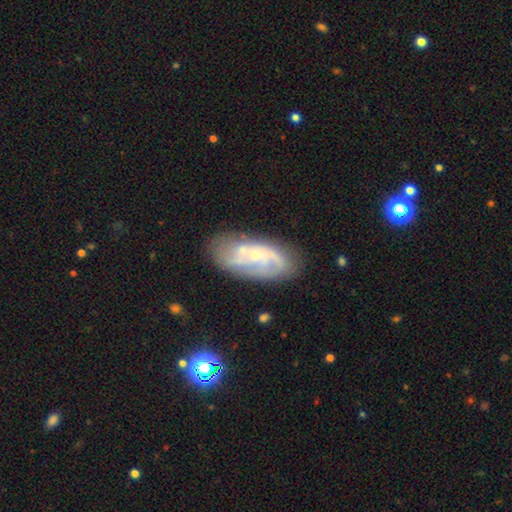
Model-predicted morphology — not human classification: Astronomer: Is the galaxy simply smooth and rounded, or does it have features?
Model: featured or disk — 69%.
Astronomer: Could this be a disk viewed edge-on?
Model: no — 93%.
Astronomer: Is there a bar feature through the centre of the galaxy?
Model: no — 64%.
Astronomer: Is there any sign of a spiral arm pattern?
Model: yes — 83%.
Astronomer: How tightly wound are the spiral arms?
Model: medium — 41% (runner-up: tight, 34%).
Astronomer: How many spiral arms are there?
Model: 2 — 37% (runner-up: can't tell, 36%).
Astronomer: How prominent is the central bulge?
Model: small — 70%.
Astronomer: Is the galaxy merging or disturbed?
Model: none — 66%.